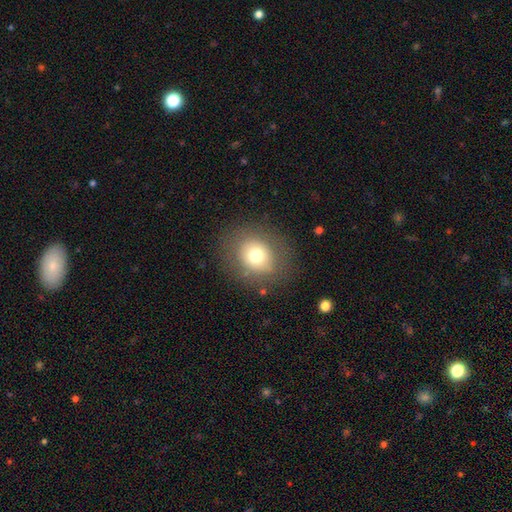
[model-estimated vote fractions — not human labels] This appears to be a smooth galaxy with no disk features (71%) that is round (73%). Merging: none (83%).